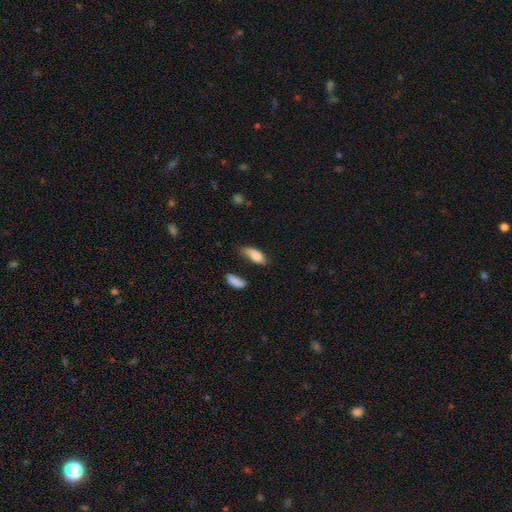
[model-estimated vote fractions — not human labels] This appears to be a smooth galaxy with no disk features (80%) that is in between round and cigar-shaped (86%). Merging: minor disturbance (37%).